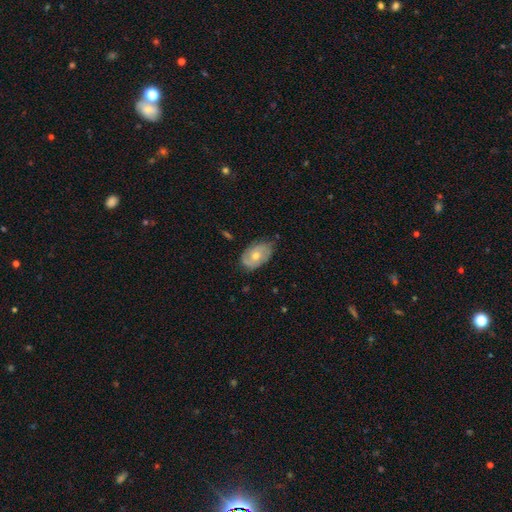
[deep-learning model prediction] Q: Smooth or featured?
A: featured or disk (60%); runner-up: smooth (32%)
Q: Edge-on disk?
A: no (94%); runner-up: yes (6%)
Q: Bar?
A: no (81%); runner-up: weak (16%)
Q: Spiral arms?
A: yes (72%); runner-up: no (28%)
Q: Bulge size?
A: moderate (69%); runner-up: small (27%)
Q: Merging?
A: none (68%); runner-up: minor disturbance (26%)